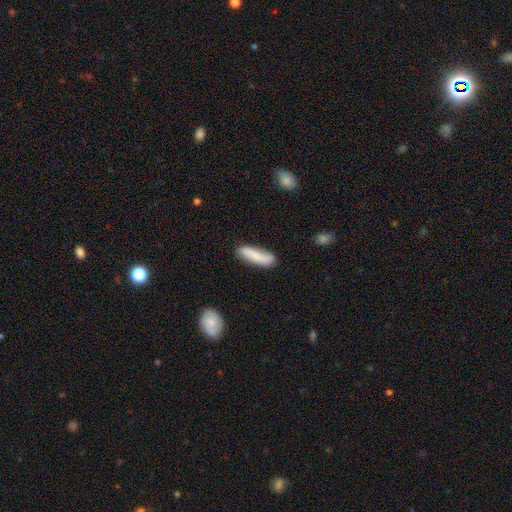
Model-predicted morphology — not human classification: smooth_or_featured: smooth (p=0.77) [alt: featured or disk p=0.16]
how_rounded: cigar-shaped (p=0.66) [alt: in between p=0.32]
merging: none (p=0.76) [alt: minor disturbance p=0.17]